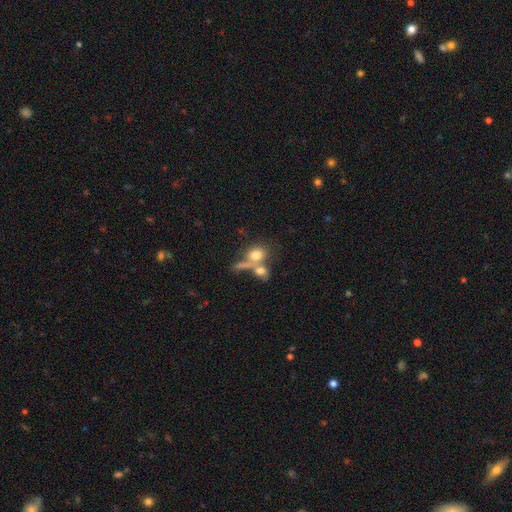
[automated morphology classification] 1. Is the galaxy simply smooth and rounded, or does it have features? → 71% smooth, 18% featured or disk, 10% star or artifact.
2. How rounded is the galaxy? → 57% round, 39% in between, 4% cigar-shaped.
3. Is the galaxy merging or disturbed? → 51% merger, 31% none, 9% minor disturbance, 9% major disturbance.